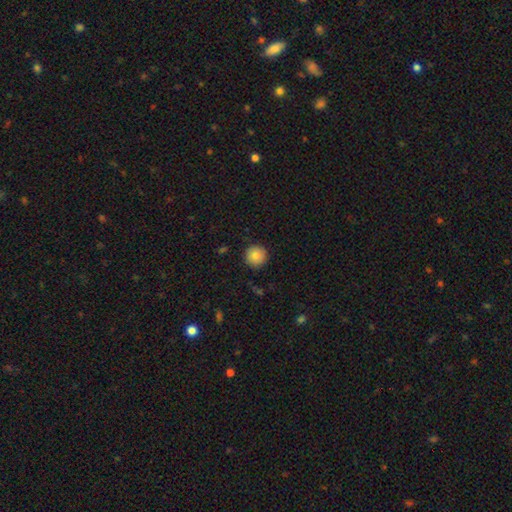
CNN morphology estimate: Overall: smooth (85%). How rounded: round (96%). Merging: none (91%).